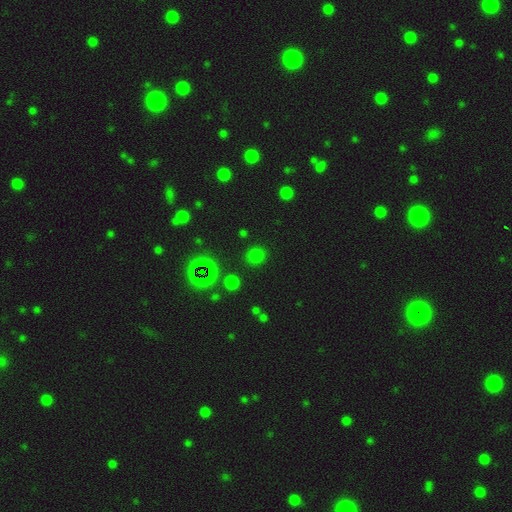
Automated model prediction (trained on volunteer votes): A smooth galaxy with no disk features (68%) that is round (90%). Merging: none (87%).